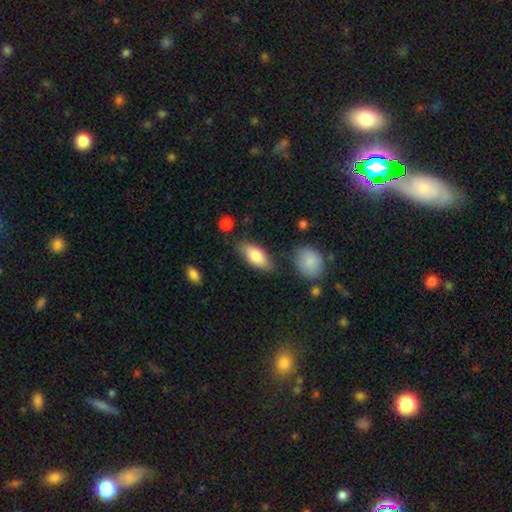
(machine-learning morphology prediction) smooth-or-featured: smooth: 78% | featured or disk: 16% | star or artifact: 6%
  how-rounded: in between: 84% | cigar-shaped: 14% | round: 3%
  merging: none: 75% | minor disturbance: 17% | merger: 5% | major disturbance: 4%